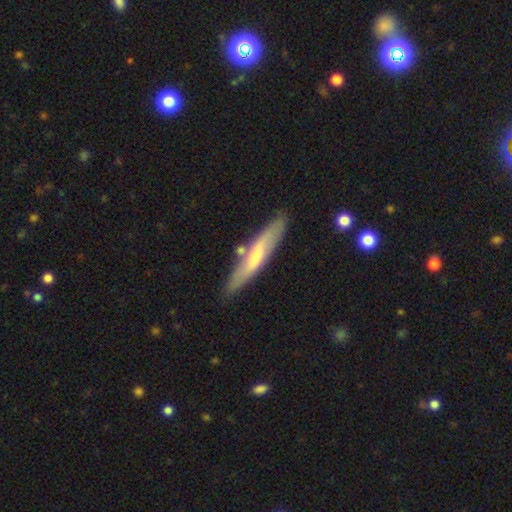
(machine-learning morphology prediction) Smooth or featured: smooth — 56% (featured or disk — 38%)
How rounded: cigar-shaped — 87% (in between — 11%)
Merging: none — 78% (minor disturbance — 14%)